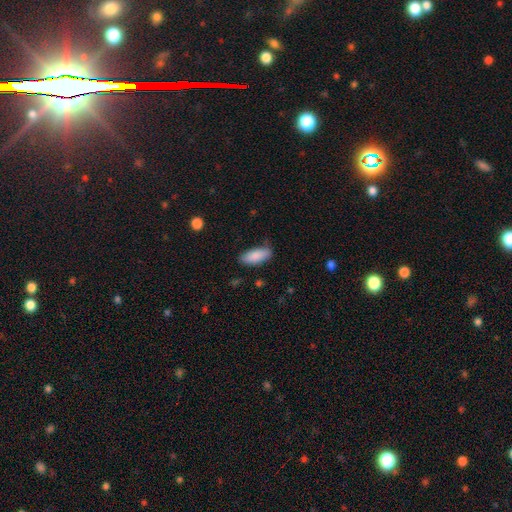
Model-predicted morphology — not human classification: Smooth or featured: smooth — 88% (star or artifact — 6%)
How rounded: in between — 81% (cigar-shaped — 17%)
Merging: none — 78% (minor disturbance — 17%)